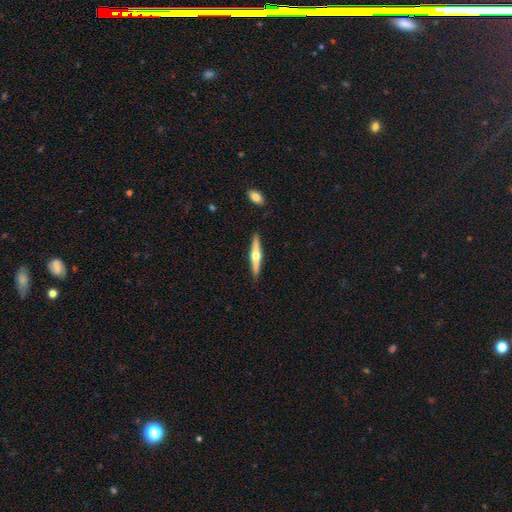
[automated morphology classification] smooth-or-featured: featured or disk: 68% | smooth: 27% | star or artifact: 5%
  disk-edge-on: yes: 98% | no: 2%
    edge-on-bulge: rounded: 94% | boxy: 3% | none: 3%
  merging: none: 90% | minor disturbance: 7% | merger: 1% | major disturbance: 1%